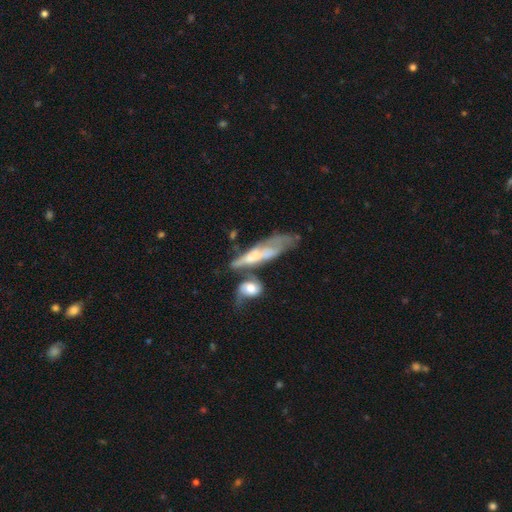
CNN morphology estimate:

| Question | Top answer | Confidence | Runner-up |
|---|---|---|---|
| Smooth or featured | featured or disk | 54% | smooth (39%) |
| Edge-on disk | no | 63% | yes (37%) |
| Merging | merger | 34% | none (25%) |